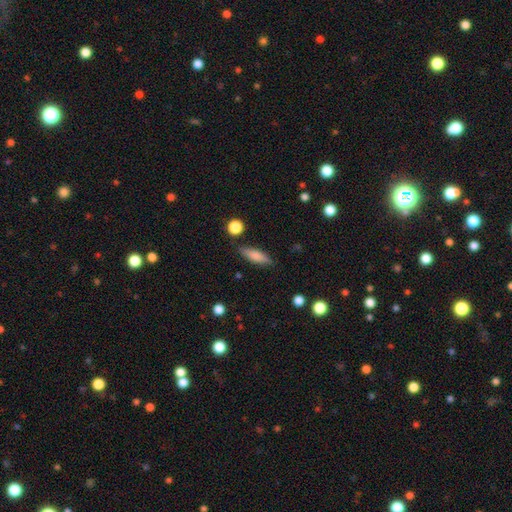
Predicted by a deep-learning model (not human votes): A smooth galaxy with no disk features (75%) that is cigar-shaped (52%). Merging: none (83%).